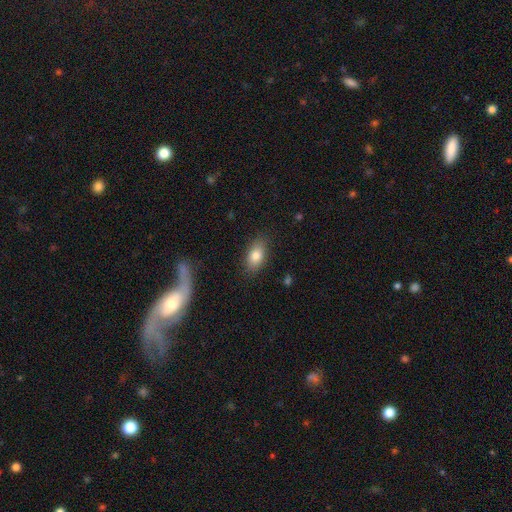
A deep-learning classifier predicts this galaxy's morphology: The model was most divided on "merging": none: 83%, minor disturbance: 12%, major disturbance: 3%, merger: 2%. More confident: how rounded — in between (88%); smooth or featured — smooth (82%).